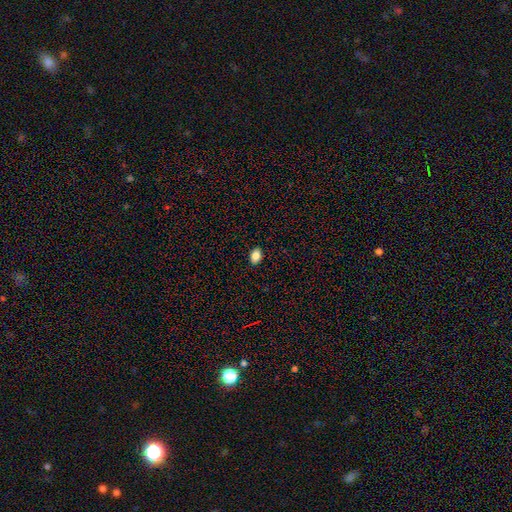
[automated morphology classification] A smooth galaxy with no disk features (85%) that is in between round and cigar-shaped (82%).

Vote fractions:
- Smooth or featured? smooth: 85% / star or artifact: 9% / featured or disk: 6%
- How rounded? in between: 82% / round: 17% / cigar-shaped: 1%
- Merging? none: 90% / minor disturbance: 8% / major disturbance: 2% / merger: 1%